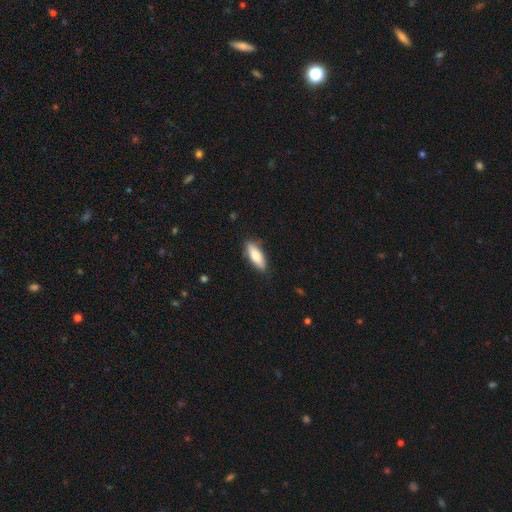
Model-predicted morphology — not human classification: Smooth or featured: smooth — 77% (featured or disk — 17%)
How rounded: in between — 62% (cigar-shaped — 36%)
Merging: none — 85% (minor disturbance — 11%)